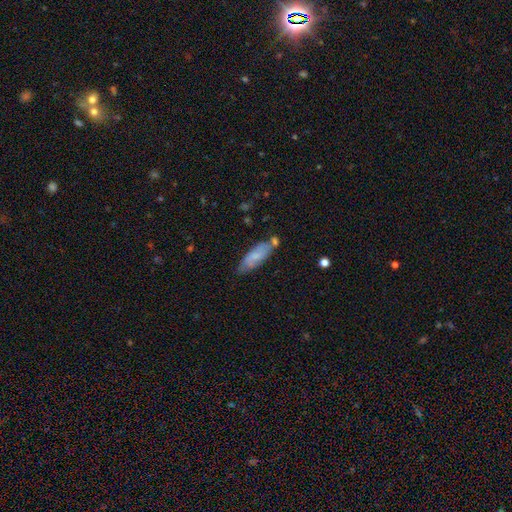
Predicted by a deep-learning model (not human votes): A smooth galaxy with no disk features (59%) that is in between round and cigar-shaped (57%). Merging: none (62%).